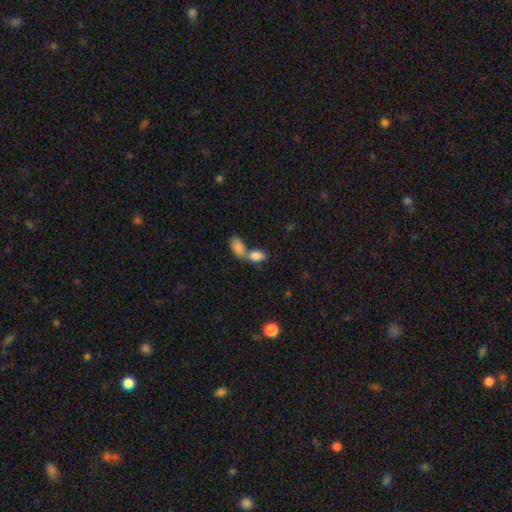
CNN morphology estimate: A smooth galaxy with no disk features (85%) that is in between round and cigar-shaped (91%).

Vote fractions:
- Smooth or featured? smooth: 85% / star or artifact: 8% / featured or disk: 7%
- How rounded? in between: 91% / round: 6% / cigar-shaped: 2%
- Merging? merger: 62% / none: 28% / minor disturbance: 7% / major disturbance: 4%